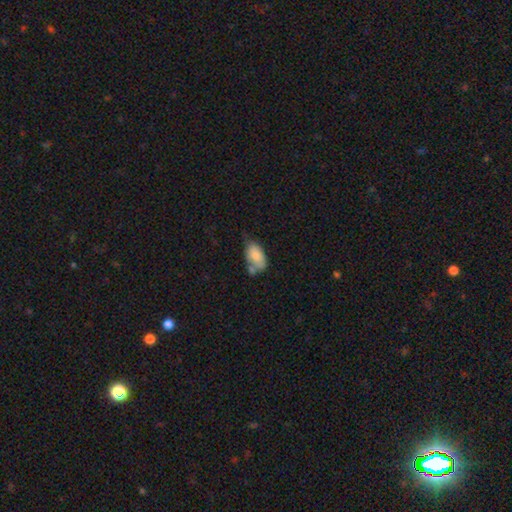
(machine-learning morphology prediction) This appears to be a smooth galaxy with no disk features (77%) that is in between round and cigar-shaped (93%). Merging: none (38%).